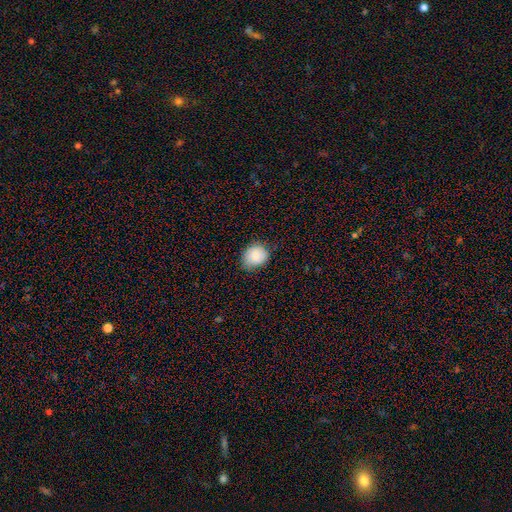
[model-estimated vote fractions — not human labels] smooth-or-featured: smooth: 83% | featured or disk: 9% | star or artifact: 8%
  how-rounded: round: 72% | in between: 27% | cigar-shaped: 1%
  merging: none: 67% | minor disturbance: 28% | major disturbance: 4% | merger: 1%